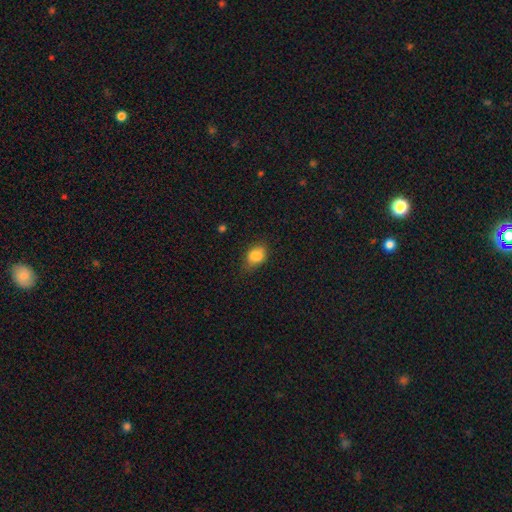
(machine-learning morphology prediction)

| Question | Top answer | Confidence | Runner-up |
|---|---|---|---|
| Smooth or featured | smooth | 84% | star or artifact (9%) |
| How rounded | in between | 72% | round (26%) |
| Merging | none | 65% | minor disturbance (26%) |